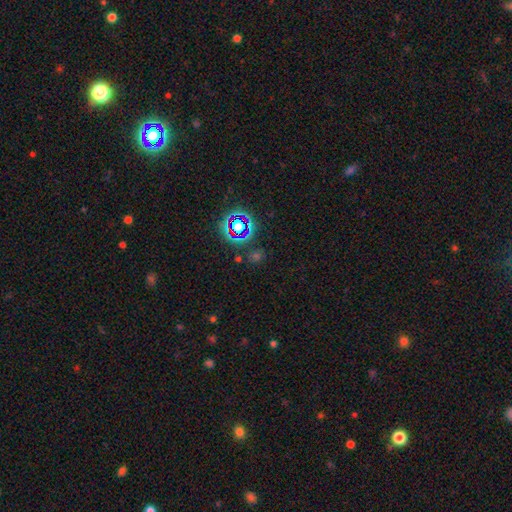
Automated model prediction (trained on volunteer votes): Smooth or featured? star or artifact (66%)